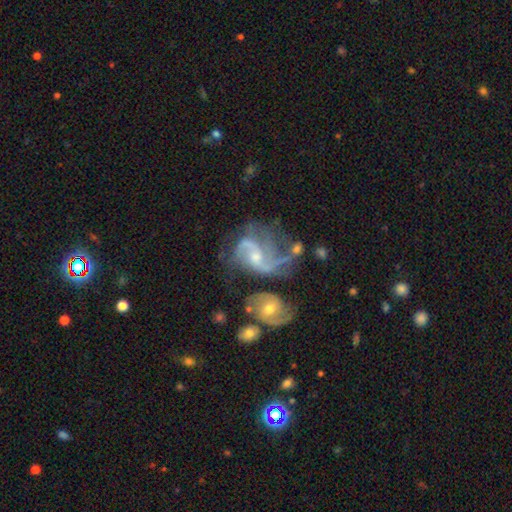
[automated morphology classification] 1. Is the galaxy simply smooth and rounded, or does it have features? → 85% featured or disk, 8% smooth, 7% star or artifact.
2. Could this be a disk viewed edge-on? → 98% no, 2% yes.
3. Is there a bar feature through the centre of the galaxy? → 51% no, 39% weak, 10% strong.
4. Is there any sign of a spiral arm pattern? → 93% yes, 7% no.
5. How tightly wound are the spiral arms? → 49% medium, 34% loose, 16% tight.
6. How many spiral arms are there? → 55% 2, 18% 3, 14% can't tell, 6% 1, 4% 4, 3% more than 4.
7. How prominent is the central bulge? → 46% small, 45% moderate, 5% none, 3% large, 1% dominant.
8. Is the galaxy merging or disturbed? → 29% none, 28% major disturbance, 25% merger, 18% minor disturbance.